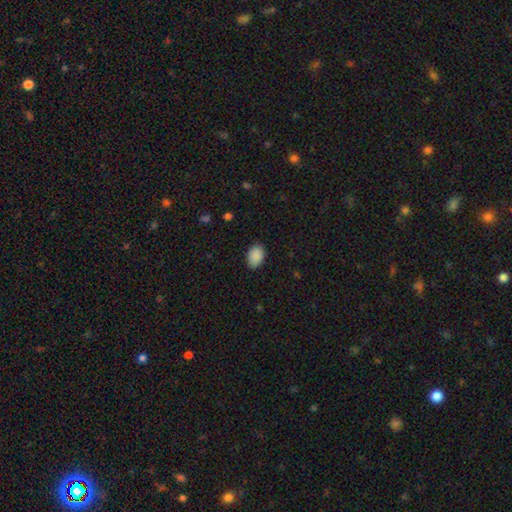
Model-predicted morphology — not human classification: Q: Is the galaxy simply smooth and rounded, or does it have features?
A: smooth — 90%.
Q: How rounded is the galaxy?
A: in between — 83%.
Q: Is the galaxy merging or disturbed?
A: none — 83%.